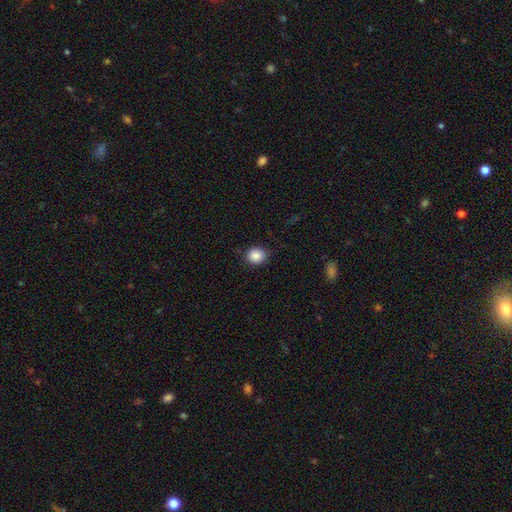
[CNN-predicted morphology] Smooth or featured? smooth (87%)
How rounded? round (79%)
Merging? none (85%)